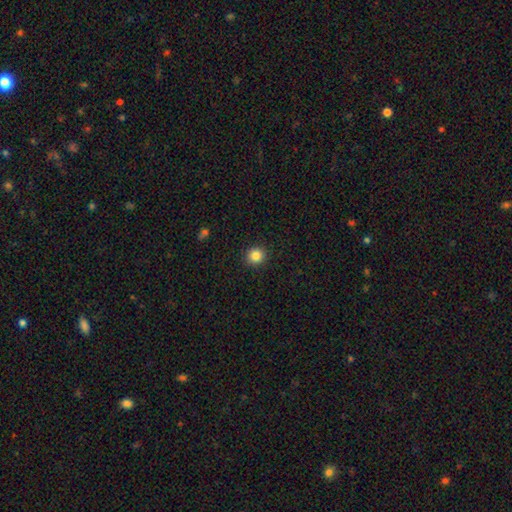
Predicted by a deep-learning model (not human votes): A smooth galaxy with no disk features (84%) that is round (89%). Merging: none (92%).